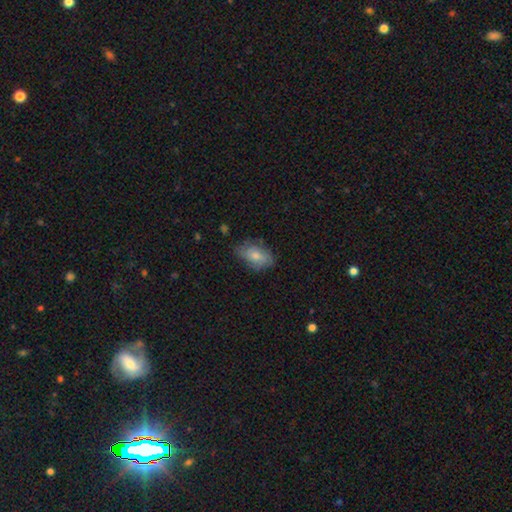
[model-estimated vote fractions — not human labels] This is likely a smooth galaxy (69%). How rounded: clearly in between (90%). Merging: likely none (61%).